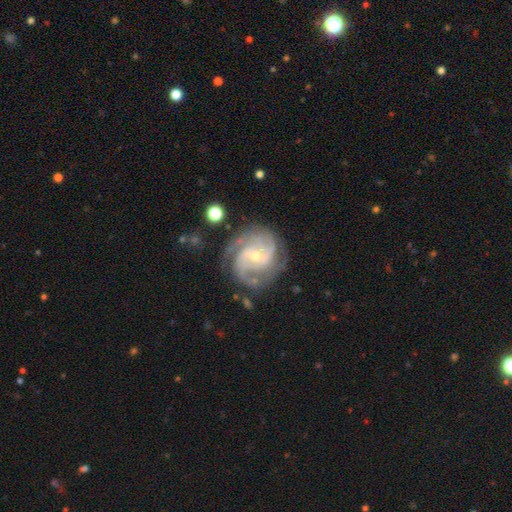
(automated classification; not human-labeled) smooth-or-featured: featured or disk: 90% | star or artifact: 5% | smooth: 5%
  disk-edge-on: no: 98% | yes: 2%
    bar: no: 49% | weak: 39% | strong: 13%
    has-spiral-arms: yes: 98% | no: 2%
      spiral-winding: tight: 58% | medium: 37% | loose: 6%
      spiral-arm-count: 3: 37% | 2: 31% | can't tell: 13% | 4: 10% | more than 4: 5% | 1: 5%
    bulge-size: small: 59% | moderate: 38% | large: 1% | none: 1% | dominant: 1%
  merging: none: 76% | minor disturbance: 16% | major disturbance: 6% | merger: 2%